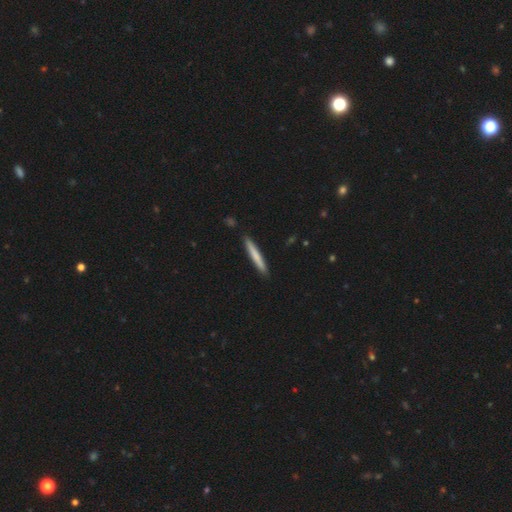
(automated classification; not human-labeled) Morphology: type=smooth (70%); roundness=cigar-shaped (96%); merging=none (90%).